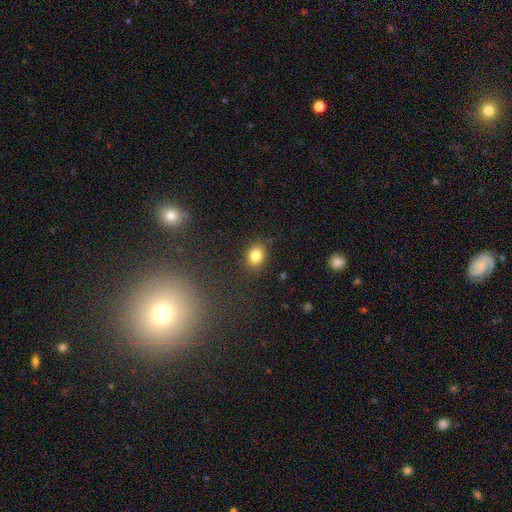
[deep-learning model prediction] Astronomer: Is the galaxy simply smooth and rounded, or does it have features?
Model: smooth — 83%.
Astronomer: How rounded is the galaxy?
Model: in between — 54% (runner-up: round, 45%).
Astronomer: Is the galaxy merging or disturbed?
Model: none — 86%.